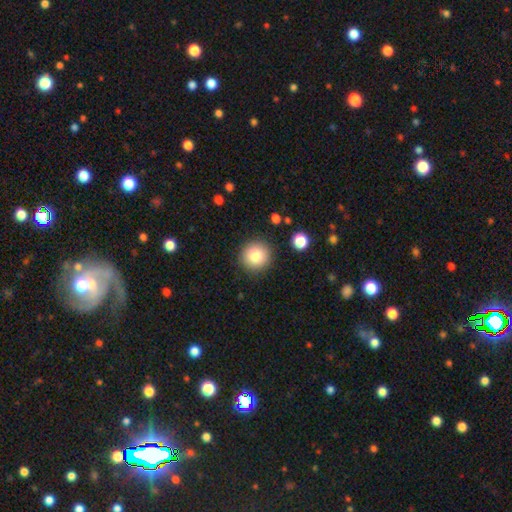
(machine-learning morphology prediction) Smooth or featured: smooth — 81% (star or artifact — 10%)
How rounded: round — 93% (in between — 6%)
Merging: none — 89% (minor disturbance — 7%)